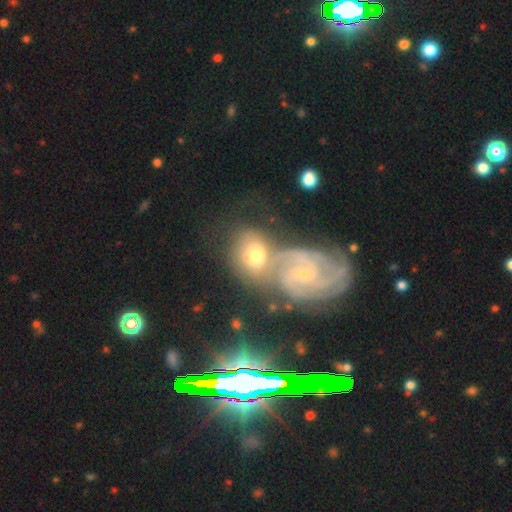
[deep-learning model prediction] Q: Smooth or featured?
A: featured or disk (55%); runner-up: smooth (36%)
Q: Edge-on disk?
A: no (96%); runner-up: yes (4%)
Q: Bar?
A: no (54%); runner-up: weak (33%)
Q: Spiral arms?
A: yes (87%); runner-up: no (13%)
Q: Bulge size?
A: small (53%); runner-up: moderate (38%)
Q: Merging?
A: merger (49%); runner-up: none (34%)